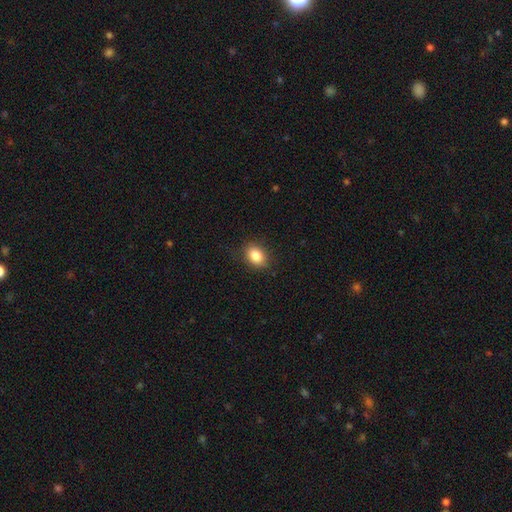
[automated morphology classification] Smooth or featured? Predicted: smooth (p=0.85). How rounded? Predicted: in between (p=0.70). Merging? Predicted: none (p=0.85).